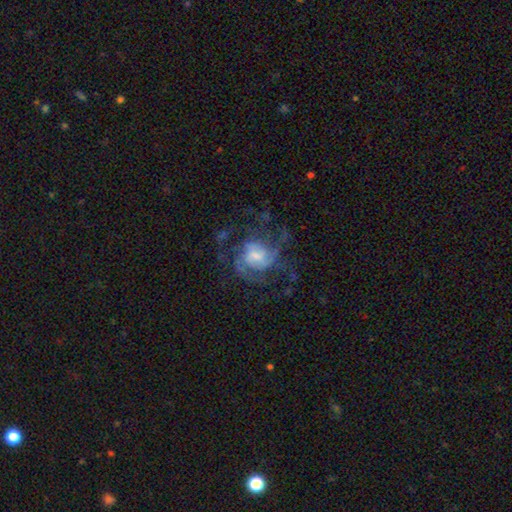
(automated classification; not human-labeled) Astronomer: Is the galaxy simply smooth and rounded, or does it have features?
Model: featured or disk — 81%.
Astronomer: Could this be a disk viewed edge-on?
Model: no — 98%.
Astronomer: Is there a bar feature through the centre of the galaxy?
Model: no — 46% (runner-up: weak, 44%).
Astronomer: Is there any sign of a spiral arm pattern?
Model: yes — 92%.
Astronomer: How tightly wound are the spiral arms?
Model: medium — 45% (runner-up: tight, 37%).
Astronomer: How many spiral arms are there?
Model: can't tell — 29% (runner-up: 3, 26%).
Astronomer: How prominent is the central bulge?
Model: moderate — 41% (runner-up: small, 37%).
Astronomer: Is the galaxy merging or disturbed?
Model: none — 56%.